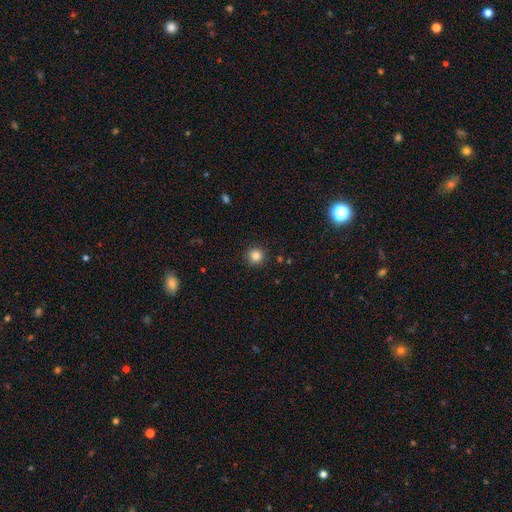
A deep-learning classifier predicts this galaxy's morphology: Overall: smooth (84%). How rounded: round (94%). Merging: none (90%).